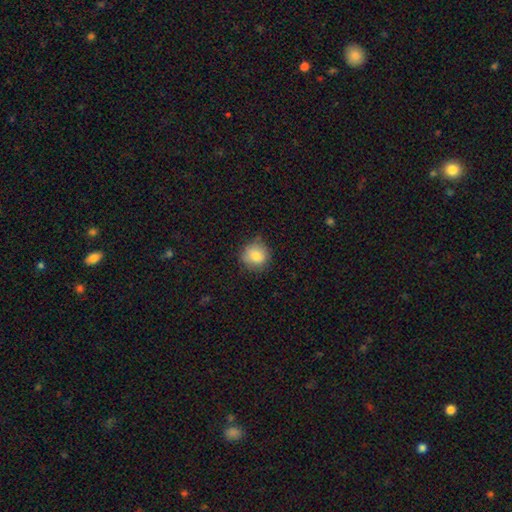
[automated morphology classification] smooth_or_featured: smooth (p=0.83) [alt: star or artifact p=0.09]
how_rounded: round (p=0.88) [alt: in between p=0.11]
merging: none (p=0.80) [alt: minor disturbance p=0.15]